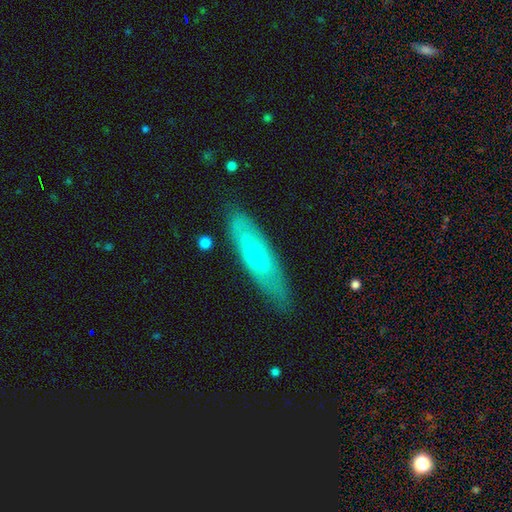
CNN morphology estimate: A featured or disk galaxy (53%).

Vote fractions:
- Smooth or featured? featured or disk: 53% / smooth: 40% / star or artifact: 7%
- Edge-on disk? no: 60% / yes: 40%
- Merging? none: 79% / minor disturbance: 16% / major disturbance: 4% / merger: 2%